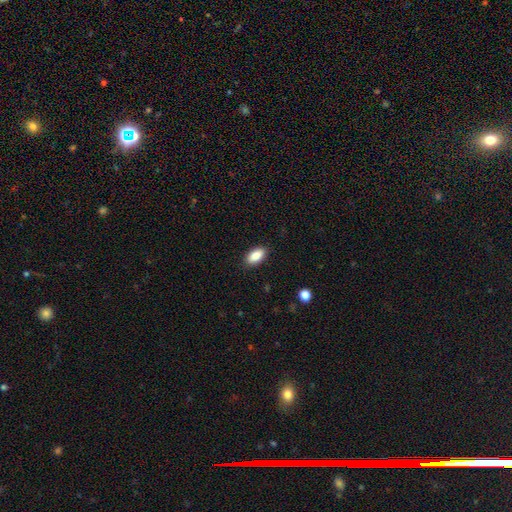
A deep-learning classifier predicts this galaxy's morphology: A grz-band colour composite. It shows a smooth galaxy with no disk features (89%) that is in between round and cigar-shaped (93%). Merging: none (89%).